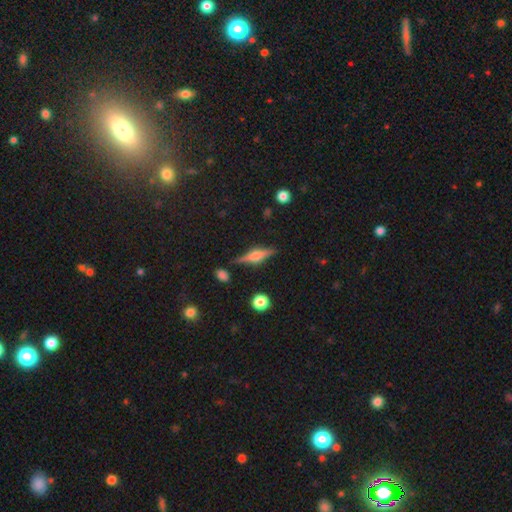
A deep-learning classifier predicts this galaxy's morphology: Smooth or featured? Predicted: featured or disk (p=0.71). Edge-on disk? Predicted: yes (p=0.96). Edge-on bulge? Predicted: rounded (p=0.79). Merging? Predicted: none (p=0.83).